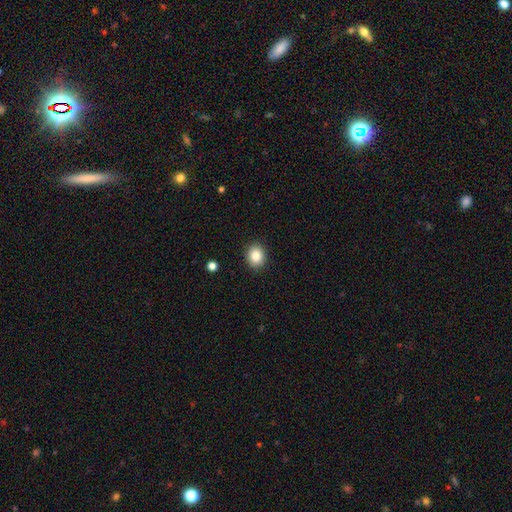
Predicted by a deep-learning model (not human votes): A smooth galaxy with no disk features (85%) that is round (67%). Merging: none (91%).